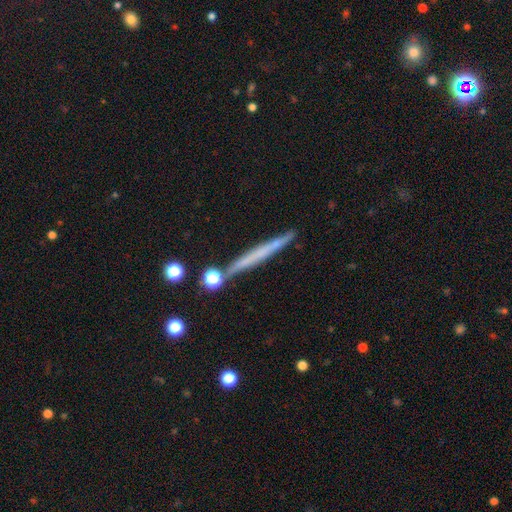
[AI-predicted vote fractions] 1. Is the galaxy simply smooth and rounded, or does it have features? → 47% featured or disk, 44% smooth, 9% star or artifact.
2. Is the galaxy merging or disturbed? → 84% none, 9% minor disturbance, 4% merger, 2% major disturbance.